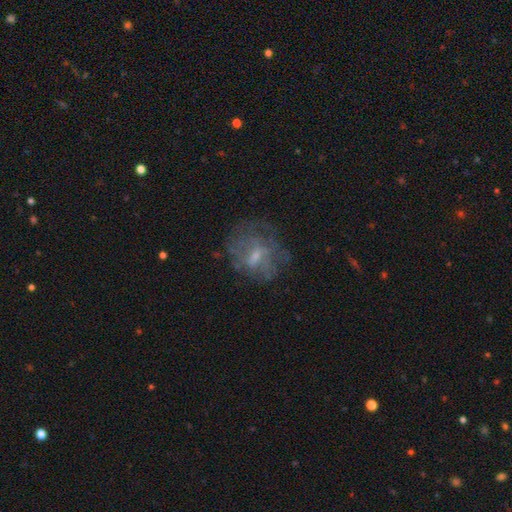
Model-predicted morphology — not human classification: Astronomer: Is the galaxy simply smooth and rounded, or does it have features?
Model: featured or disk — 58%.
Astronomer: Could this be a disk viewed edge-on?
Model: no — 96%.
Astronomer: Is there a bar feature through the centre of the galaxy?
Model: weak — 48% (runner-up: no, 43%).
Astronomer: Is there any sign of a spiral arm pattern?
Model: no — 60% (runner-up: yes, 40%).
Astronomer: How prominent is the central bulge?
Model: small — 51% (runner-up: moderate, 33%).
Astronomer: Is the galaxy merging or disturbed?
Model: none — 56%.